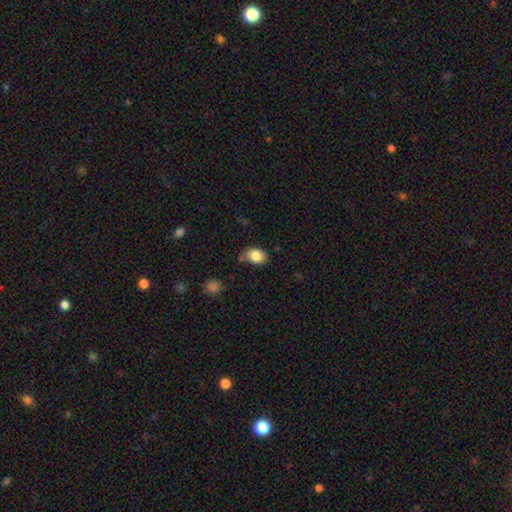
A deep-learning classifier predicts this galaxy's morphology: A smooth galaxy with no disk features (85%) that is in between round and cigar-shaped (75%). Merging: none (73%).